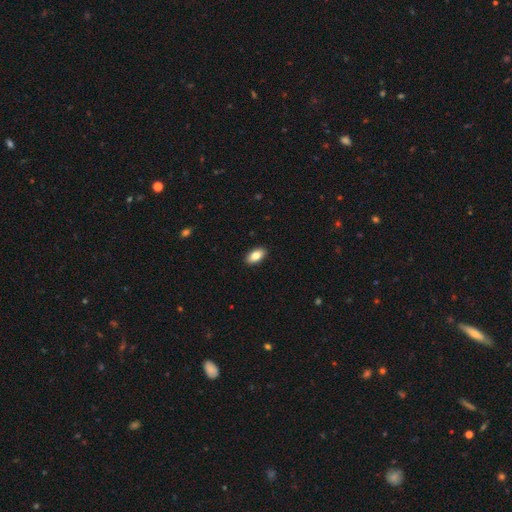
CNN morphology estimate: This appears to be a smooth galaxy with no disk features (83%) that is in between round and cigar-shaped (92%). Merging: none (91%).